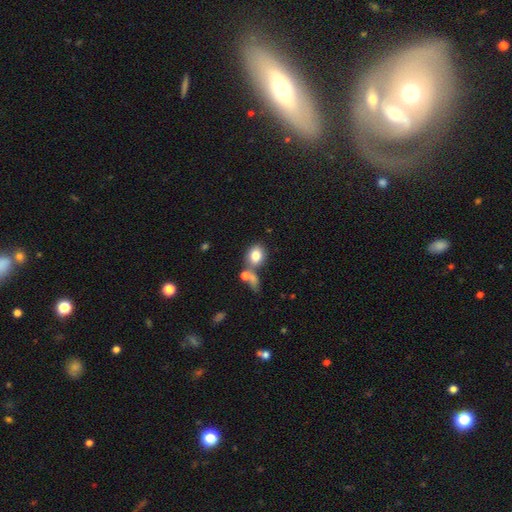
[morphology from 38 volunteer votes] Smooth or featured?
  - smooth: 82% *
  - featured or disk: 11%
  - star or artifact: 8%
How rounded?
  - in between: 65% *
  - round: 35%
  - cigar-shaped: 0%
Merging?
  - merger: 37% *
  - none: 34%
  - minor disturbance: 20%
  - major disturbance: 9%